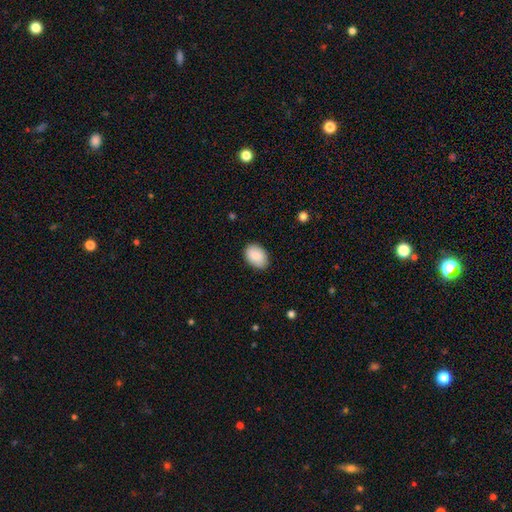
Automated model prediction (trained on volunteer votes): Smooth or featured? Predicted: smooth (p=0.88). How rounded? Predicted: in between (p=0.85). Merging? Predicted: none (p=0.85).